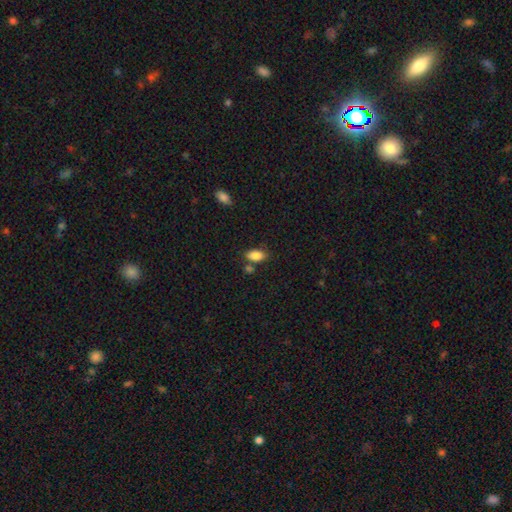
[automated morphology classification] This appears to be a smooth galaxy with no disk features (86%) that is in between round and cigar-shaped (91%). Merging: none (67%).